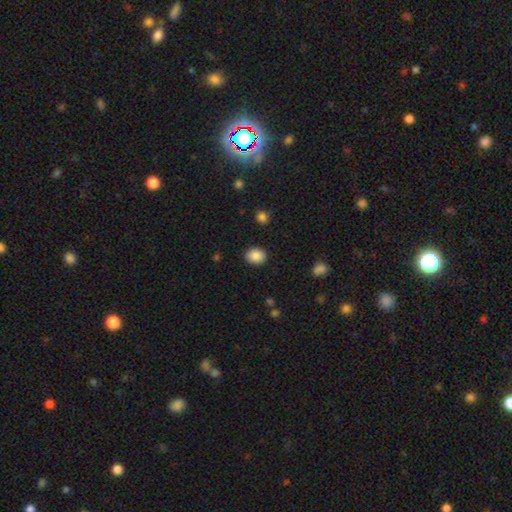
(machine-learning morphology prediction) This appears to be a smooth galaxy with no disk features (89%) that is in between round and cigar-shaped (52%). Merging: none (89%).